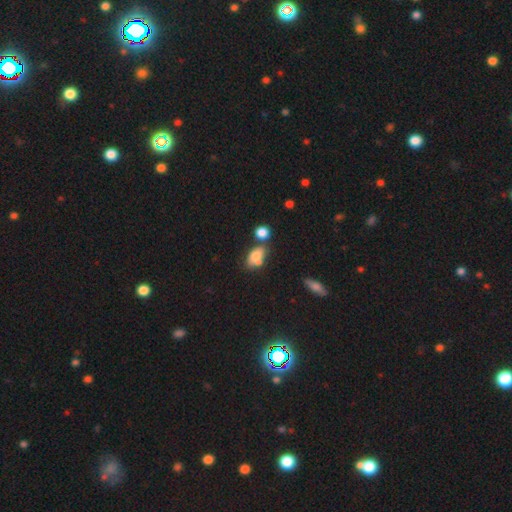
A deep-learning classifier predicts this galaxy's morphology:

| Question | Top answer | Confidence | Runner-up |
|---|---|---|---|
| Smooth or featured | smooth | 68% | featured or disk (21%) |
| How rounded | in between | 83% | round (13%) |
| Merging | none | 41% | merger (30%) |